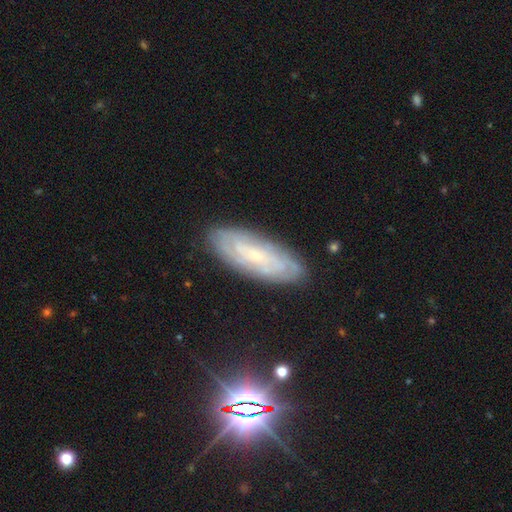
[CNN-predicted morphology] Q: Smooth or featured?
A: featured or disk (67%); runner-up: smooth (24%)
Q: Edge-on disk?
A: no (83%); runner-up: yes (17%)
Q: Bar?
A: no (62%); runner-up: weak (31%)
Q: Spiral arms?
A: yes (86%); runner-up: no (14%)
Q: Bulge size?
A: small (75%); runner-up: moderate (17%)
Q: Merging?
A: none (83%); runner-up: minor disturbance (13%)